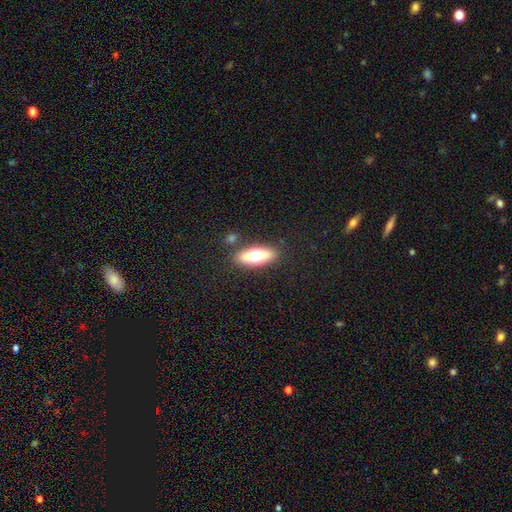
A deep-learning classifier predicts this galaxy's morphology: Smooth or featured? smooth (64%)
How rounded? in between (59%)
Merging? none (83%)